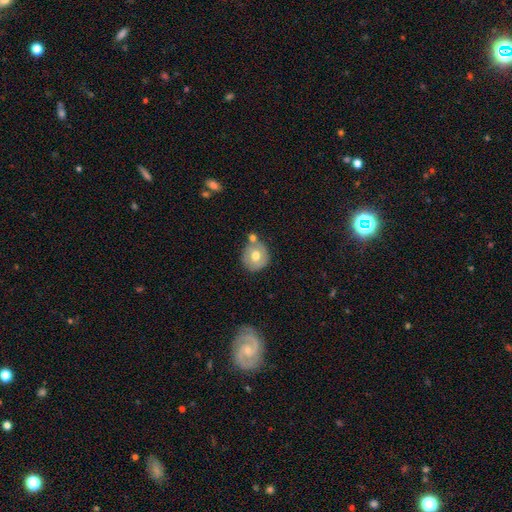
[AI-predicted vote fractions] smooth-or-featured: smooth: 65% | featured or disk: 27% | star or artifact: 8%
  how-rounded: round: 87% | in between: 12% | cigar-shaped: 1%
  merging: none: 58% | merger: 22% | minor disturbance: 16% | major disturbance: 4%